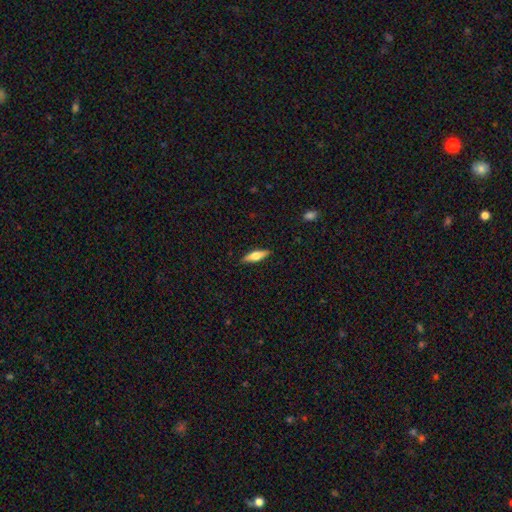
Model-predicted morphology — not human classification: This appears to be a smooth galaxy with no disk features (58%) that is cigar-shaped (53%). Merging: none (89%).